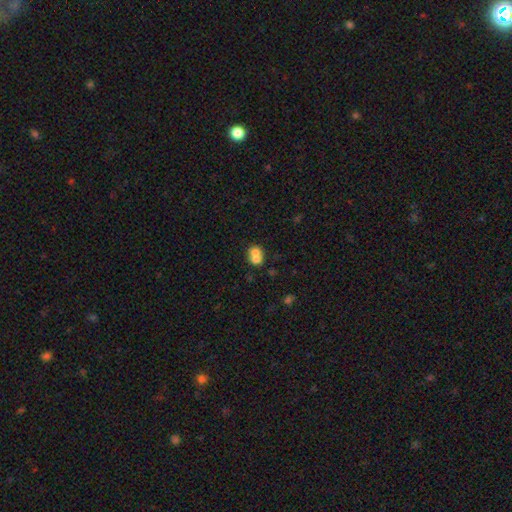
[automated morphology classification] type=smooth (69%); roundness=round (65%); merging=merger (65%).